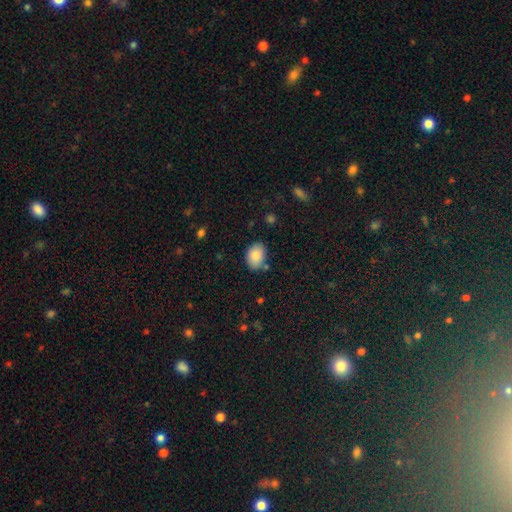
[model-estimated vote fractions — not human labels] Q: Smooth or featured?
A: smooth (87%); runner-up: star or artifact (7%)
Q: How rounded?
A: in between (74%); runner-up: round (25%)
Q: Merging?
A: none (78%); runner-up: minor disturbance (15%)